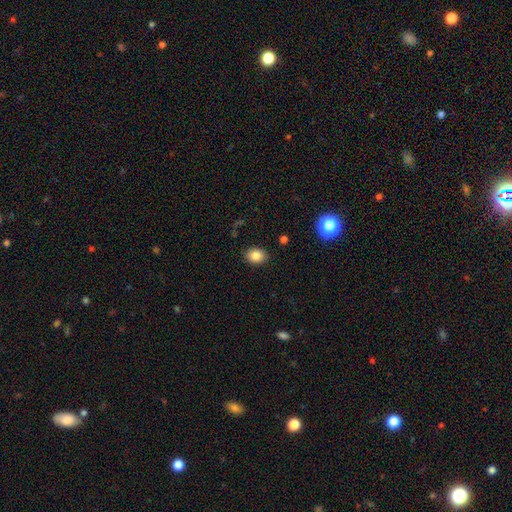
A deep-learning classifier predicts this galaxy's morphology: smooth_or_featured: smooth (p=0.84) [alt: star or artifact p=0.10]
how_rounded: in between (p=0.62) [alt: round p=0.37]
merging: none (p=0.88) [alt: minor disturbance p=0.09]